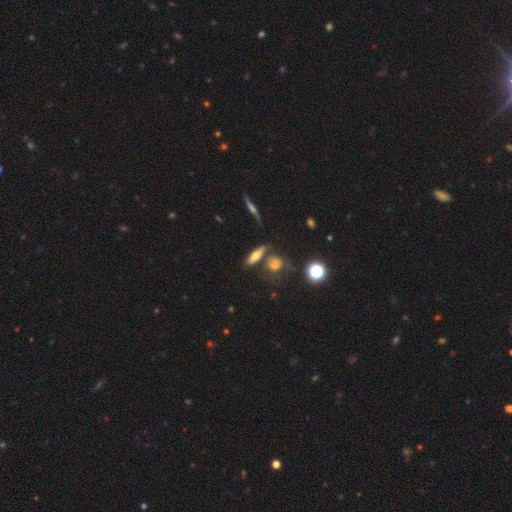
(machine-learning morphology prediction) Q: Smooth or featured?
A: smooth (52%); runner-up: featured or disk (35%)
Q: How rounded?
A: cigar-shaped (46%); runner-up: in between (42%)
Q: Merging?
A: none (70%); runner-up: merger (13%)